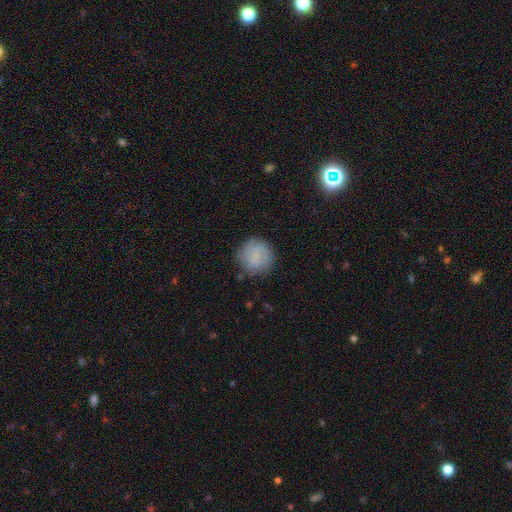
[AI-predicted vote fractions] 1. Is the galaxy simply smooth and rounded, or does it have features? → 72% smooth, 19% featured or disk, 8% star or artifact.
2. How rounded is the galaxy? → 92% round, 7% in between, 1% cigar-shaped.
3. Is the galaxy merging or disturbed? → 78% none, 15% minor disturbance, 5% major disturbance, 2% merger.